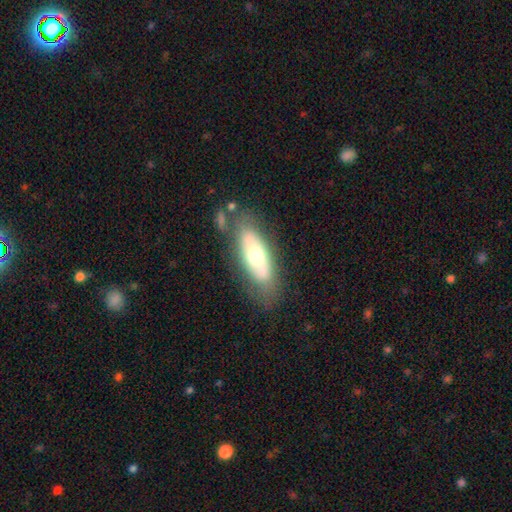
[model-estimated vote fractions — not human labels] A smooth galaxy with no disk features (48%). Merging: none (68%).